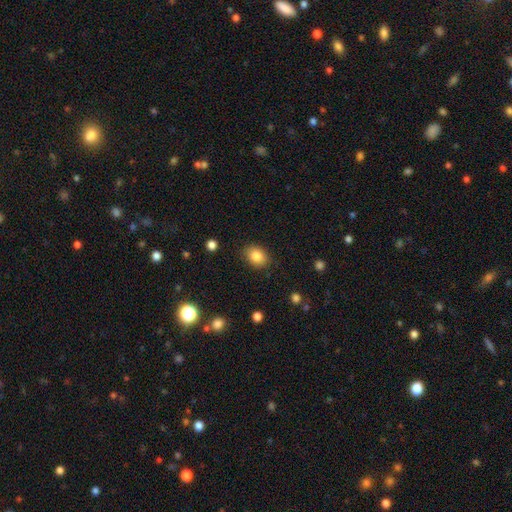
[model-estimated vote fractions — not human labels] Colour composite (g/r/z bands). It shows a smooth galaxy with no disk features (85%) that is in between round and cigar-shaped (58%). Merging: none (86%).